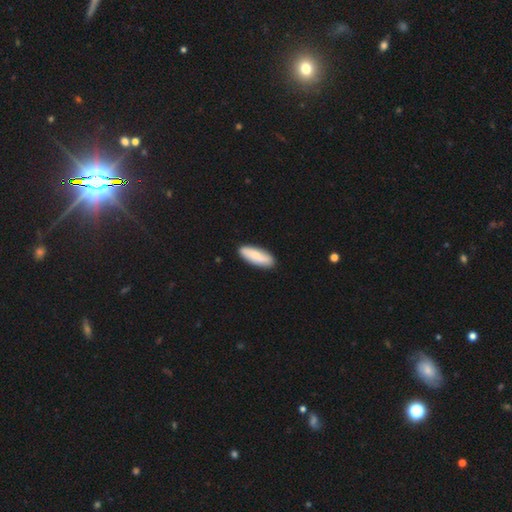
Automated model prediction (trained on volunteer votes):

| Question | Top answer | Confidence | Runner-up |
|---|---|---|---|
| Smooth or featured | smooth | 76% | featured or disk (19%) |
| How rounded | in between | 60% | cigar-shaped (38%) |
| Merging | none | 89% | minor disturbance (8%) |